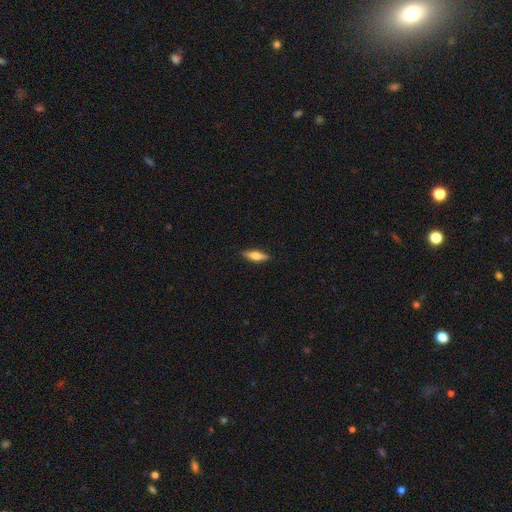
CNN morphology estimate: A smooth galaxy with no disk features (59%) that is cigar-shaped (56%). Merging: none (89%).